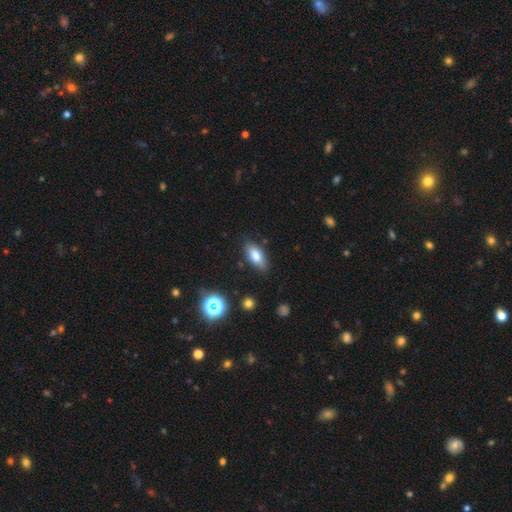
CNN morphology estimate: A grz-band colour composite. It shows a smooth galaxy with no disk features (76%) that is in between round and cigar-shaped (83%). Merging: none (82%).